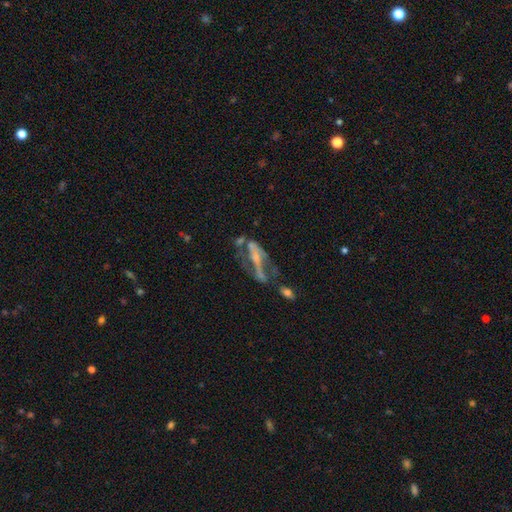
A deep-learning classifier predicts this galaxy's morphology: The model was most divided on "bulge size": none: 39%, small: 33%, moderate: 21%, large: 5%, dominant: 2%. Remaining: edge-on disk — no (78%); smooth or featured — featured or disk (66%); spiral arms — no (58%); bar — no (44%); merging — major disturbance (35%).